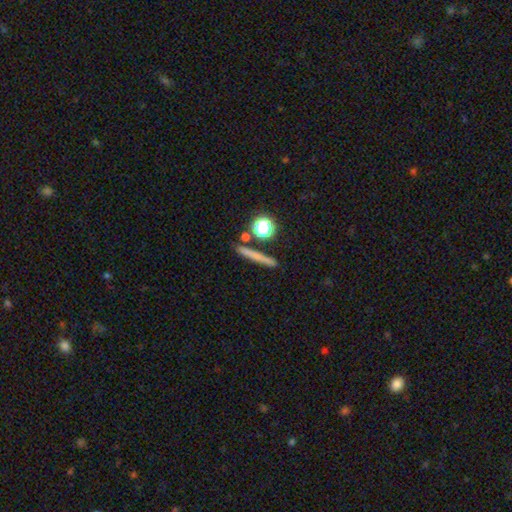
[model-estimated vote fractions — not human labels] Smooth or featured? smooth (62%)
How rounded? cigar-shaped (79%)
Merging? none (83%)